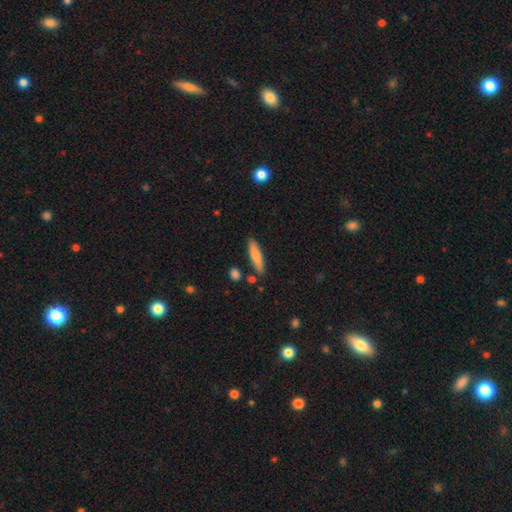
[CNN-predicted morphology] The model was most divided on "how rounded": cigar-shaped: 73%, in between: 25%, round: 2%. More confident: merging — none (83%); smooth or featured — smooth (79%).